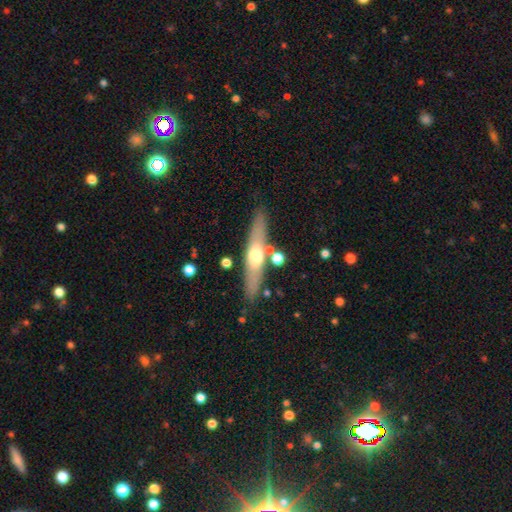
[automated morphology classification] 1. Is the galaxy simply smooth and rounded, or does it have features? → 51% featured or disk, 43% smooth, 6% star or artifact.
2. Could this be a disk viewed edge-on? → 87% yes, 13% no.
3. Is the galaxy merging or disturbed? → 81% none, 10% minor disturbance, 7% merger, 3% major disturbance.